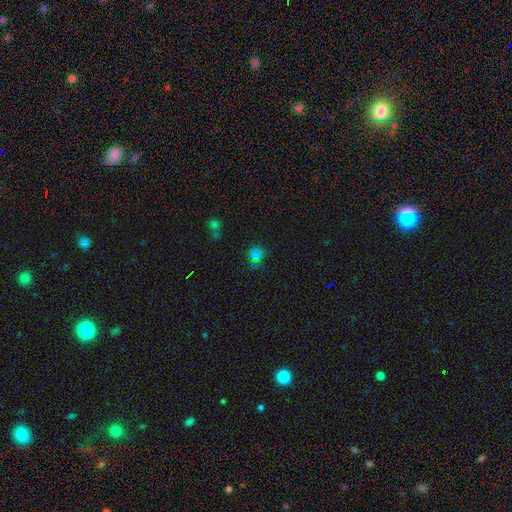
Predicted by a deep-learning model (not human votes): This appears to be a smooth galaxy with no disk features (60%) that is round (79%). Merging: none (72%).